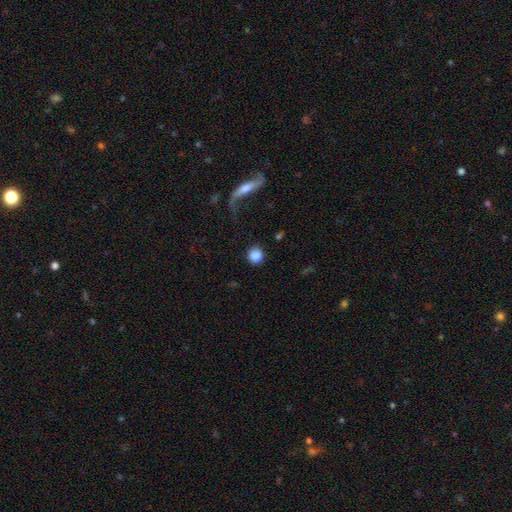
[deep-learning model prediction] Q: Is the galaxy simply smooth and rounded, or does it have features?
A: smooth — 84%.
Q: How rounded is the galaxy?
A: round — 93%.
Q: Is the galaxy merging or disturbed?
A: none — 85%.